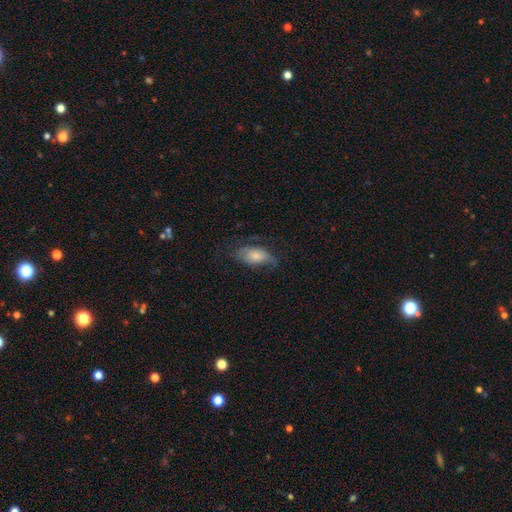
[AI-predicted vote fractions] This appears to be a smooth galaxy with no disk features (66%) that is in between round and cigar-shaped (92%). Merging: none (48%).